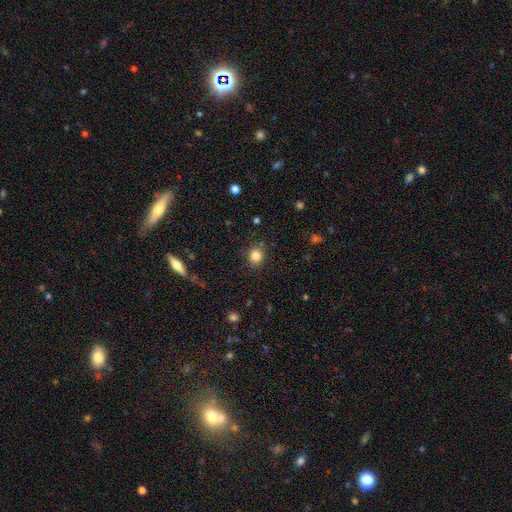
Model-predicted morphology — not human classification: A smooth galaxy with no disk features (83%) that is round (83%). Merging: none (87%).